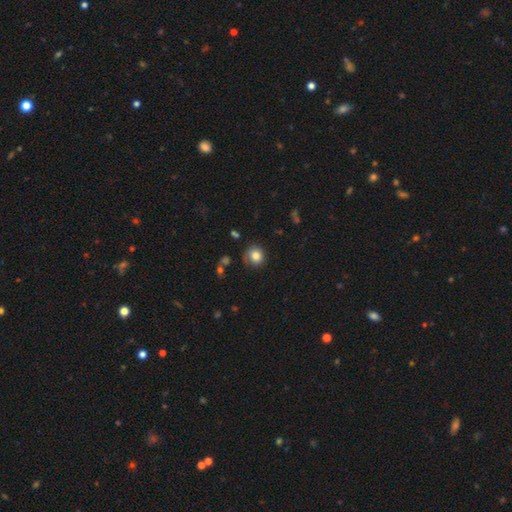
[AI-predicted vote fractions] Morphology: type=smooth (81%); roundness=round (87%); merging=none (76%).